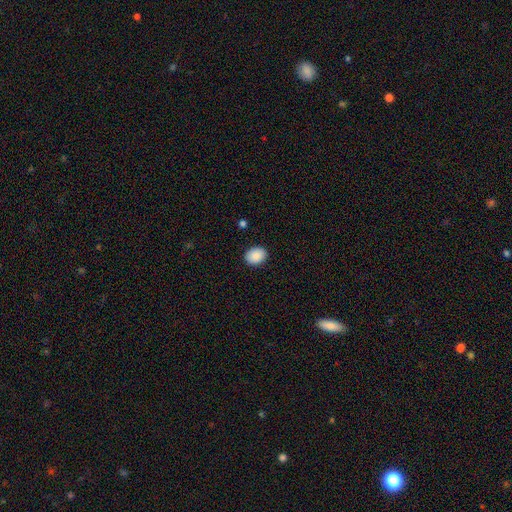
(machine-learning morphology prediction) A smooth galaxy with no disk features (89%) that is in between round and cigar-shaped (62%).

Vote fractions:
- Smooth or featured? smooth: 89% / star or artifact: 7% / featured or disk: 4%
- How rounded? in between: 62% / round: 38% / cigar-shaped: 1%
- Merging? none: 90% / minor disturbance: 7% / major disturbance: 2% / merger: 1%